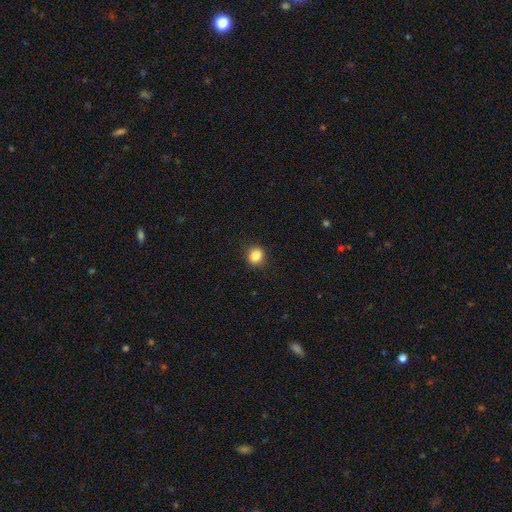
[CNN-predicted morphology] Smooth or featured: smooth — 85% (star or artifact — 10%)
How rounded: round — 87% (in between — 12%)
Merging: none — 91% (minor disturbance — 6%)